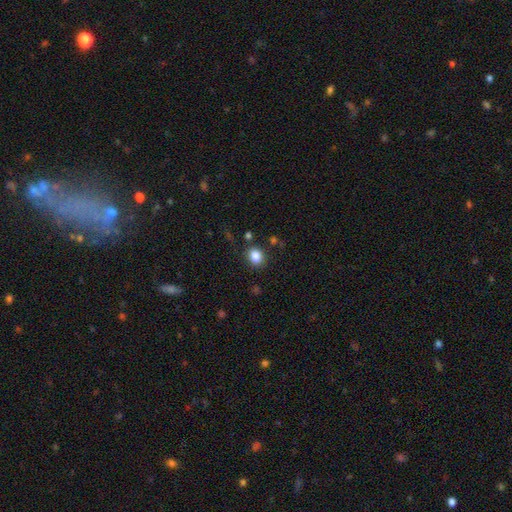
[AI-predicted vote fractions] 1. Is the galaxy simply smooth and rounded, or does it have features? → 84% smooth, 11% star or artifact, 5% featured or disk.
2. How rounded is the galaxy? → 59% round, 40% in between, 1% cigar-shaped.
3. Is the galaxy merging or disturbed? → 84% none, 10% minor disturbance, 3% major disturbance, 3% merger.